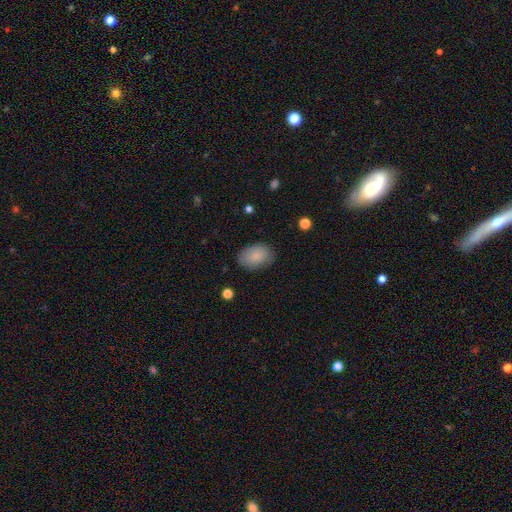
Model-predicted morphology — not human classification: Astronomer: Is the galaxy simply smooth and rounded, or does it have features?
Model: smooth — 86%.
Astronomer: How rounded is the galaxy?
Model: in between — 87%.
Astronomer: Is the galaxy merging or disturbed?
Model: none — 81%.